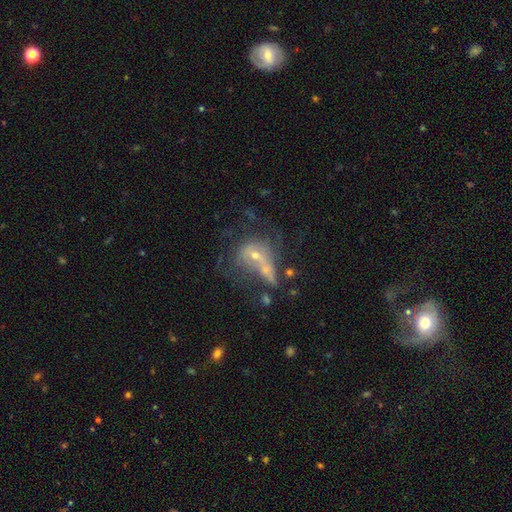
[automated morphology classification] A featured or disk galaxy (55%) with no bar (73%), no spiral arms (66%) and a small central bulge (47%). Merging: merger (39%).